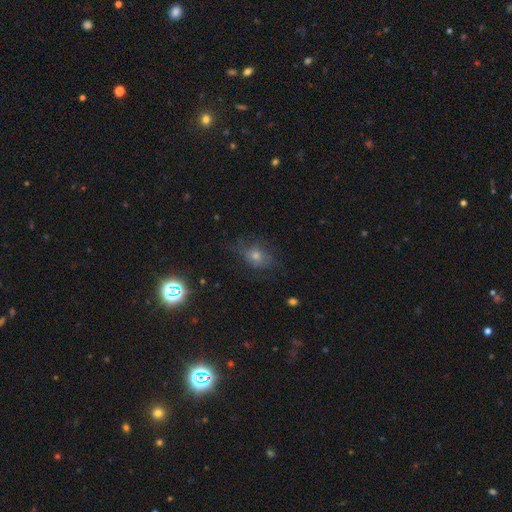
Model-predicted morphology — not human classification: The model was most divided on "smooth or featured": smooth: 47%, star or artifact: 30%, featured or disk: 23%. More confident: merging — none (65%).